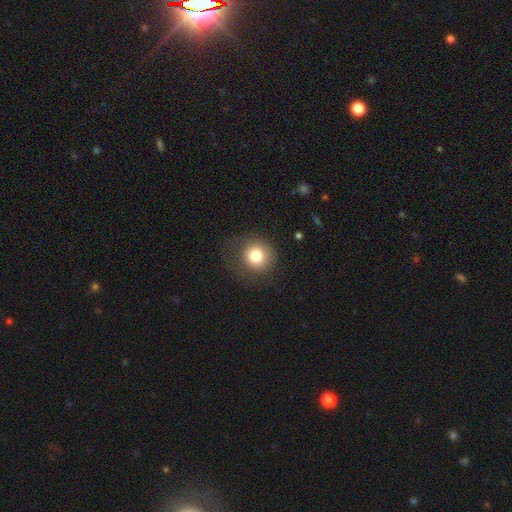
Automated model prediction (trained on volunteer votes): smooth_or_featured: smooth (p=0.81) [alt: star or artifact p=0.11]
how_rounded: round (p=0.91) [alt: in between p=0.08]
merging: none (p=0.77) [alt: minor disturbance p=0.14]